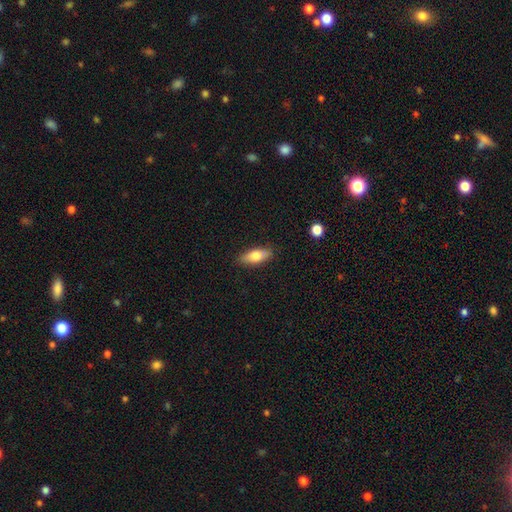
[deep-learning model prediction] A smooth galaxy with no disk features (73%) that is in between round and cigar-shaped (73%).

Vote fractions:
- Smooth or featured? smooth: 73% / featured or disk: 21% / star or artifact: 7%
- How rounded? in between: 73% / cigar-shaped: 24% / round: 3%
- Merging? none: 84% / minor disturbance: 12% / major disturbance: 2% / merger: 1%